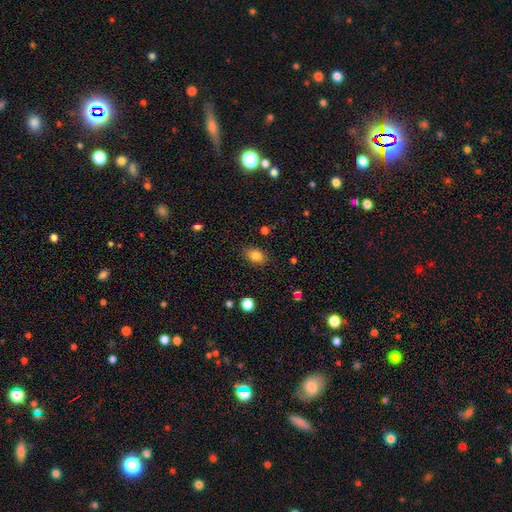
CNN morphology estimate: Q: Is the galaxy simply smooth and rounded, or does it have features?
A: smooth — 84%.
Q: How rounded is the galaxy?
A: in between — 73%.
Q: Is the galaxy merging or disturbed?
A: none — 83%.